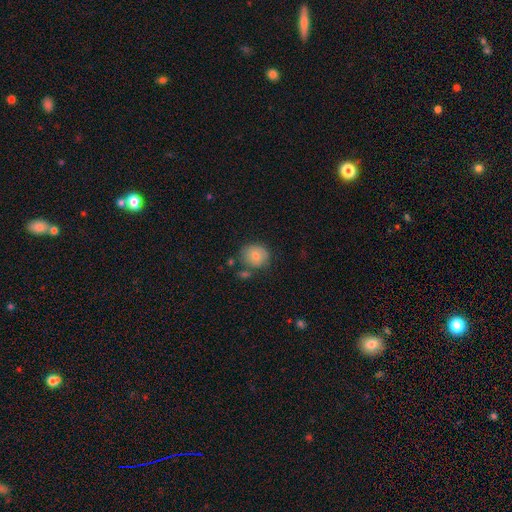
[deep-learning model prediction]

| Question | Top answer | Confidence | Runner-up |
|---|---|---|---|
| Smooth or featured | smooth | 77% | featured or disk (15%) |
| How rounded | round | 74% | in between (25%) |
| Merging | none | 61% | minor disturbance (22%) |